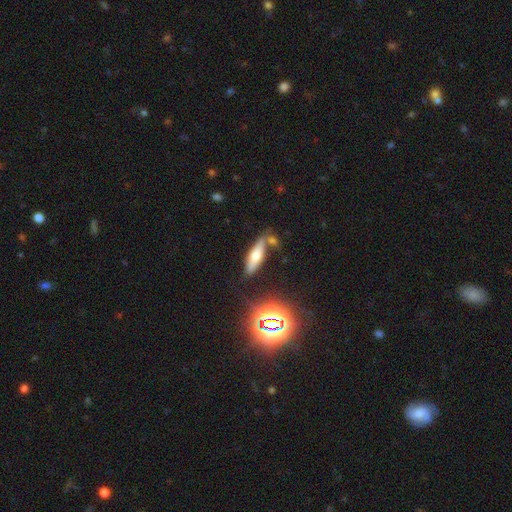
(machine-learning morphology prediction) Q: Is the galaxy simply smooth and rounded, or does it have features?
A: smooth — 53%.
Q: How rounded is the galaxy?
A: cigar-shaped — 56%.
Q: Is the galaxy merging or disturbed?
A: none — 63%.